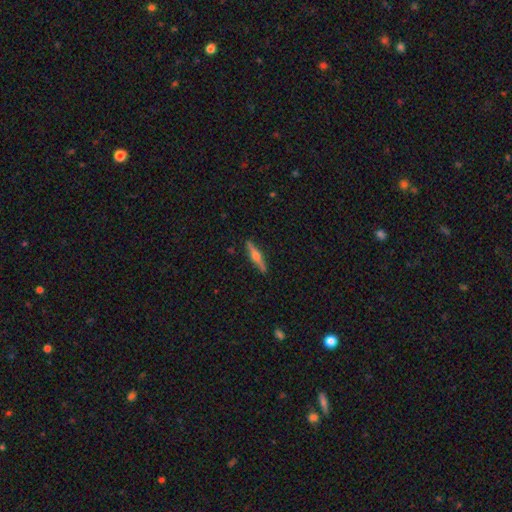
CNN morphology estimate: Smooth or featured? Predicted: featured or disk (p=0.69). Edge-on disk? Predicted: yes (p=0.98). Edge-on bulge? Predicted: rounded (p=0.89). Merging? Predicted: none (p=0.90).